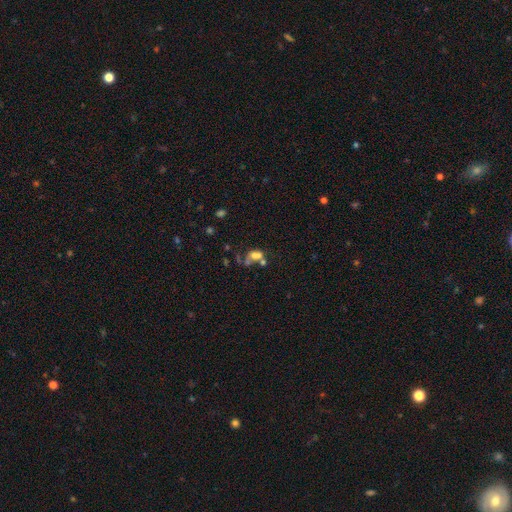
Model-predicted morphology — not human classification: Smooth or featured? Predicted: smooth (p=0.53). How rounded? Predicted: in between (p=0.67). Merging? Predicted: merger (p=0.50).